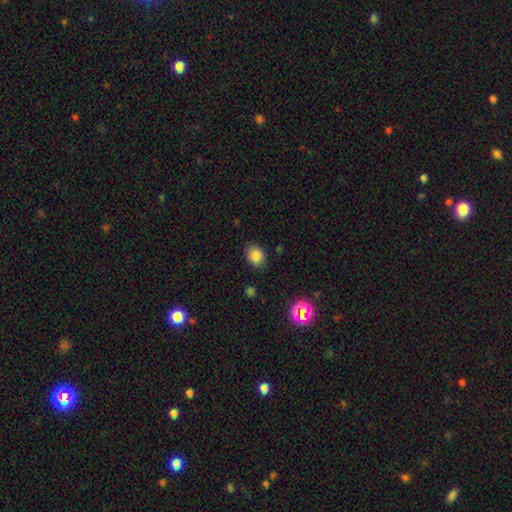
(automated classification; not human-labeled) A smooth galaxy with no disk features (85%) that is in between round and cigar-shaped (57%).

Vote fractions:
- Smooth or featured? smooth: 85% / star or artifact: 11% / featured or disk: 4%
- How rounded? in between: 57% / round: 42% / cigar-shaped: 1%
- Merging? none: 83% / minor disturbance: 12% / major disturbance: 3% / merger: 1%